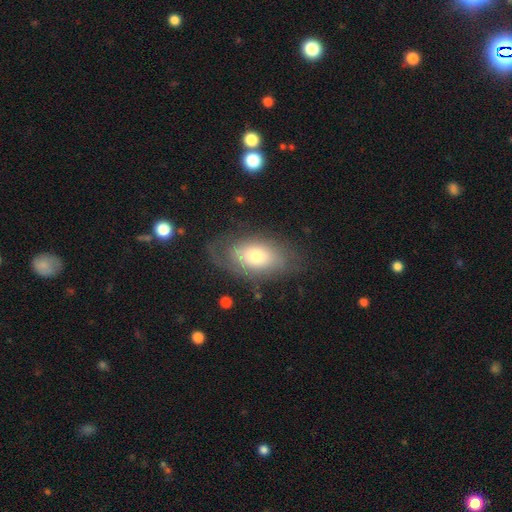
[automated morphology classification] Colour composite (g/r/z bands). It shows a smooth galaxy with no disk features (48%). Merging: none (65%).